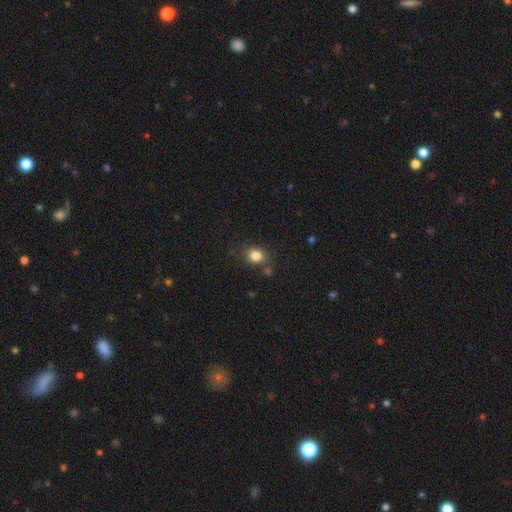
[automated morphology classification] Smooth or featured? smooth (83%)
How rounded? round (55%)
Merging? none (77%)